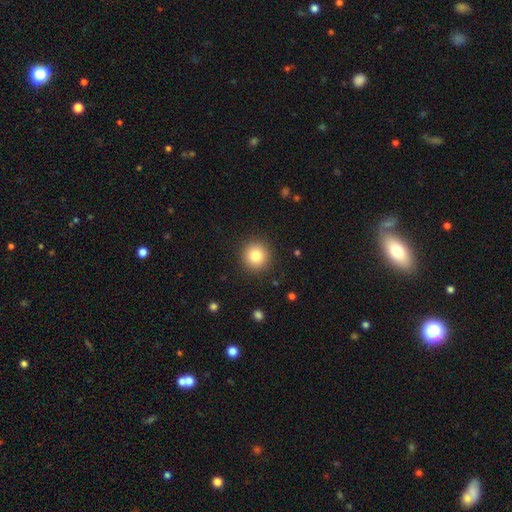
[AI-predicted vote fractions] This appears to be a smooth galaxy with no disk features (82%) that is round (94%). Merging: none (91%).